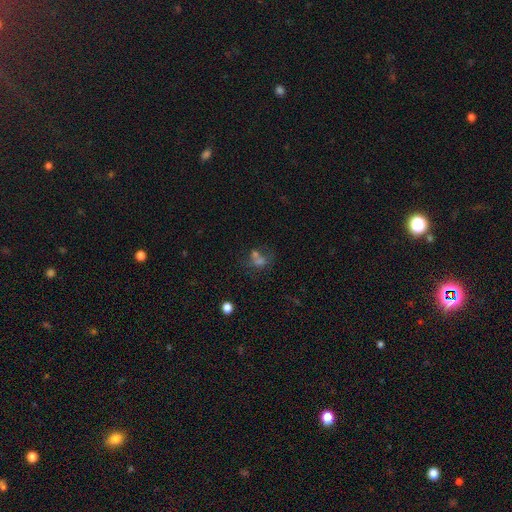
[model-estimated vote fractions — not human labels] Overall: smooth (48%; star or artifact 31%). Merging: none (42%; merger 39%).